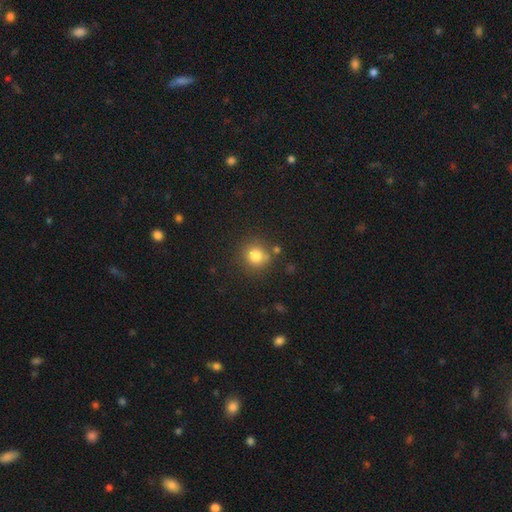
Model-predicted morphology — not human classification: smooth 80%, star or artifact 13%, featured or disk 7%. Down the decision tree: how rounded — round (89%); merging — none (76%).